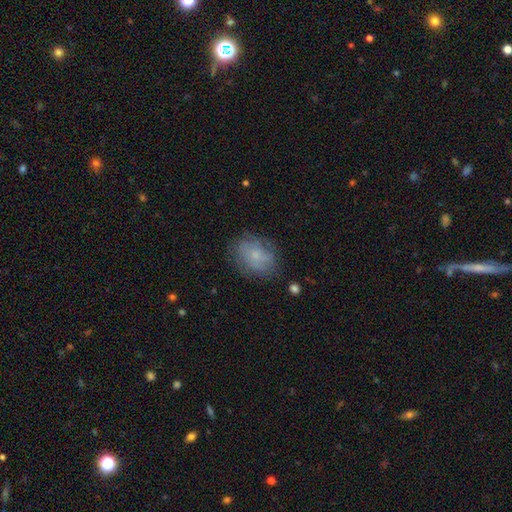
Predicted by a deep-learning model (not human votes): smooth 57%, featured or disk 33%, star or artifact 10%. Down the decision tree: how rounded — in between (65%); merging — none (69%).